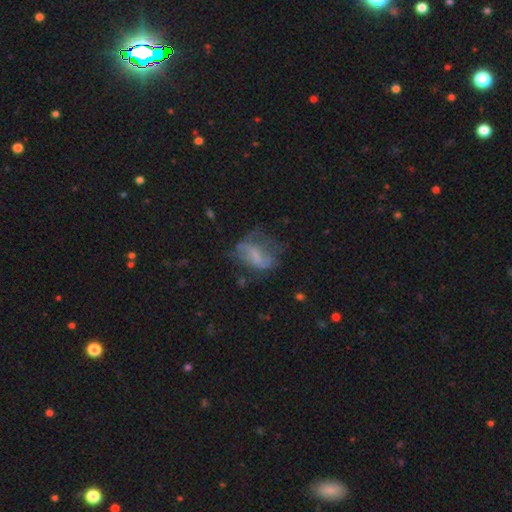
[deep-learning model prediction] featured or disk 49%, smooth 38%, star or artifact 13%. Down the decision tree: merging — none (36%).